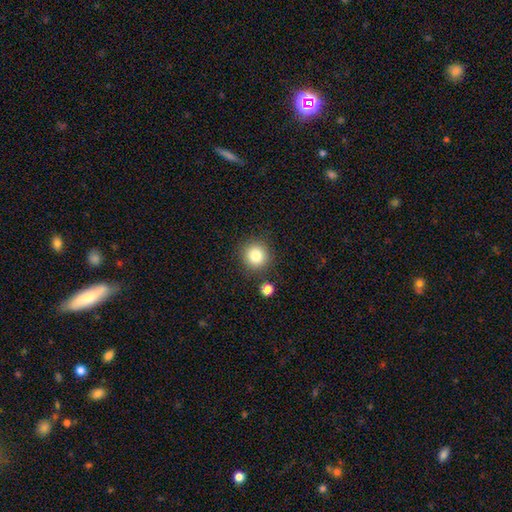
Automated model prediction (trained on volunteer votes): Q: Smooth or featured?
A: smooth (82%); runner-up: star or artifact (11%)
Q: How rounded?
A: round (93%); runner-up: in between (6%)
Q: Merging?
A: none (85%); runner-up: minor disturbance (8%)